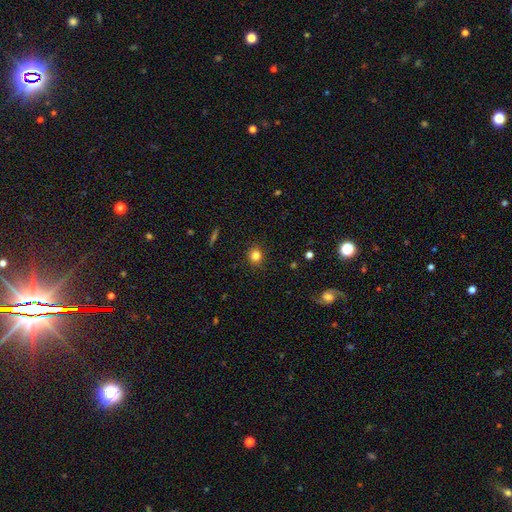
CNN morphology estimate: This appears to be a smooth galaxy with no disk features (82%) that is round (81%). Merging: none (89%).